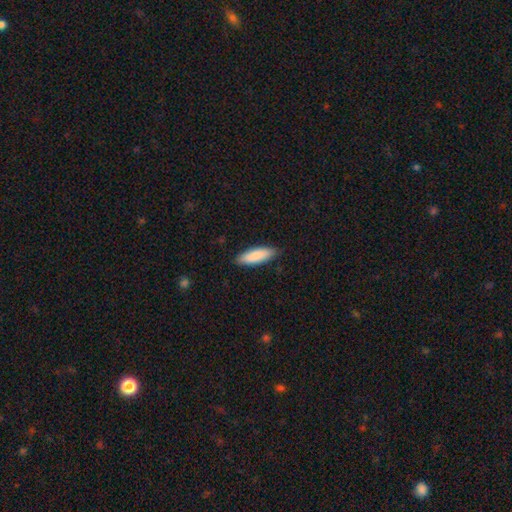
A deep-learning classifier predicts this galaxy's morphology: Smooth or featured? smooth (87%)
How rounded? in between (54%)
Merging? none (86%)